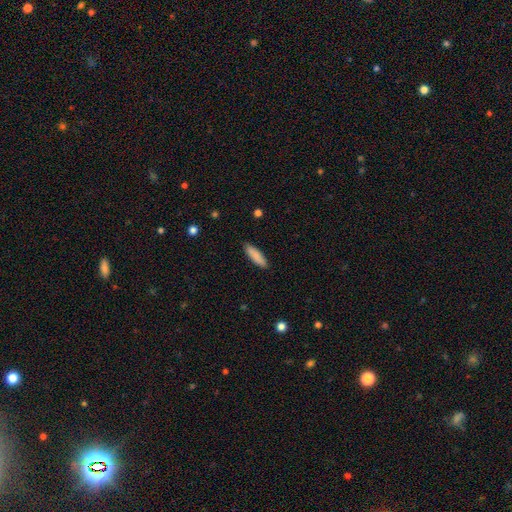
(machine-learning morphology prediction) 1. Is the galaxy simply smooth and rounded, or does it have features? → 87% smooth, 7% featured or disk, 6% star or artifact.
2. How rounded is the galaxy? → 64% cigar-shaped, 35% in between, 1% round.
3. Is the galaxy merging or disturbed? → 88% none, 9% minor disturbance, 2% major disturbance, 1% merger.